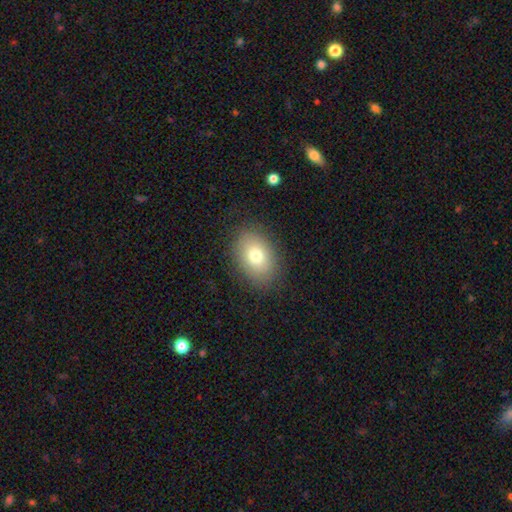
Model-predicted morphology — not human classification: A smooth galaxy with no disk features (77%) that is in between round and cigar-shaped (80%).

Vote fractions:
- Smooth or featured? smooth: 77% / featured or disk: 14% / star or artifact: 9%
- How rounded? in between: 80% / round: 19% / cigar-shaped: 1%
- Merging? none: 86% / minor disturbance: 10% / major disturbance: 3% / merger: 1%